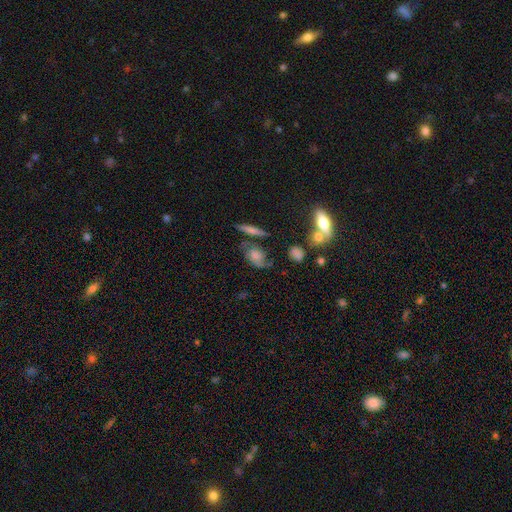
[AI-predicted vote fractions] Q: Smooth or featured?
A: smooth (46%); runner-up: featured or disk (43%)
Q: Merging?
A: none (48%); runner-up: minor disturbance (24%)